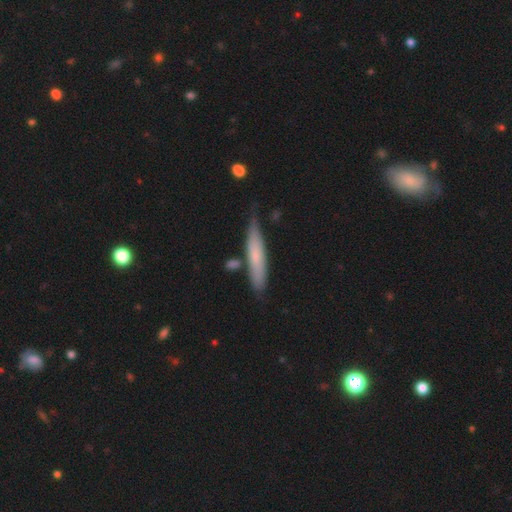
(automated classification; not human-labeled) Smooth or featured?
  - smooth: 64% *
  - featured or disk: 30%
  - star or artifact: 6%
How rounded?
  - cigar-shaped: 89% *
  - in between: 10%
  - round: 1%
Merging?
  - none: 75% *
  - minor disturbance: 16%
  - merger: 5%
  - major disturbance: 3%